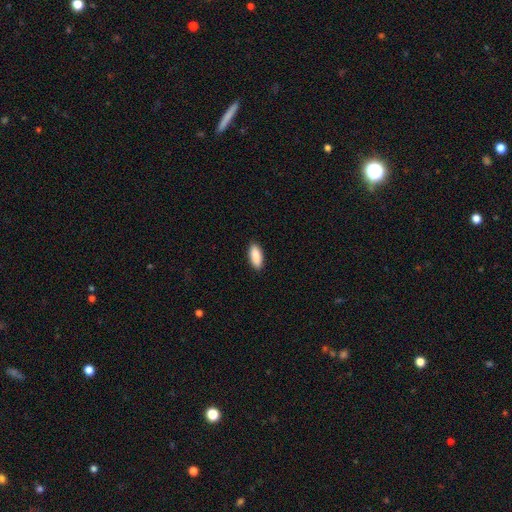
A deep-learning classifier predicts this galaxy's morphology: This appears to be a smooth galaxy with no disk features (90%) that is in between round and cigar-shaped (81%). Merging: none (90%).